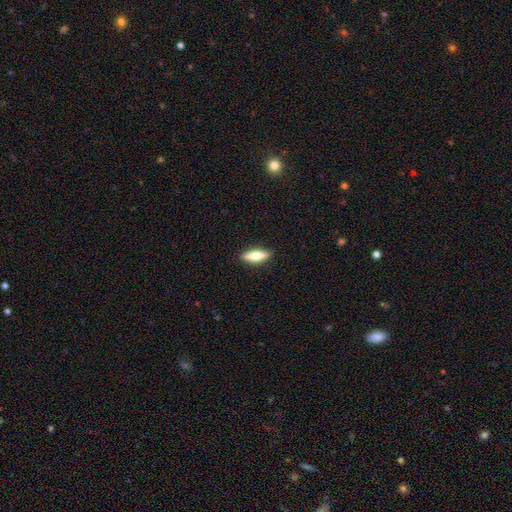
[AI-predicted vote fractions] Smooth or featured? smooth (55%)
How rounded? cigar-shaped (59%)
Merging? none (90%)